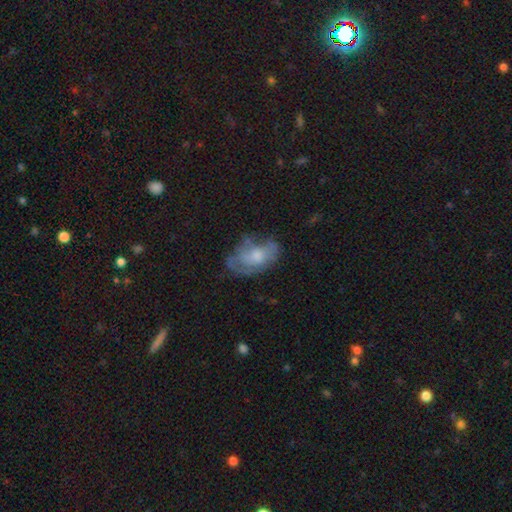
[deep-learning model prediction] Overall: featured or disk (49%; smooth 43%). Merging: none (48%; minor disturbance 29%).